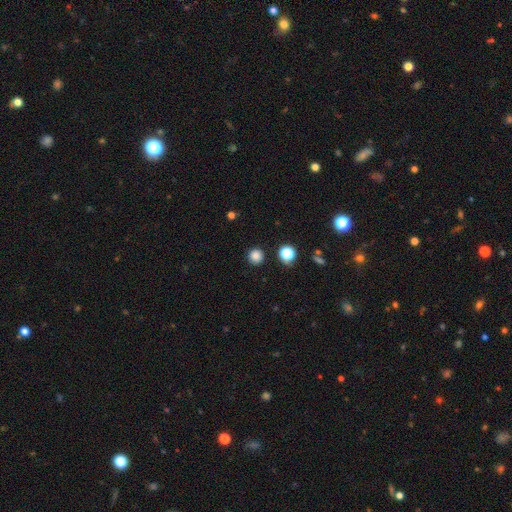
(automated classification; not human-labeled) smooth-or-featured: smooth: 84% | star or artifact: 13% | featured or disk: 3%
  how-rounded: round: 95% | in between: 4% | cigar-shaped: 1%
  merging: none: 90% | minor disturbance: 6% | major disturbance: 2% | merger: 2%